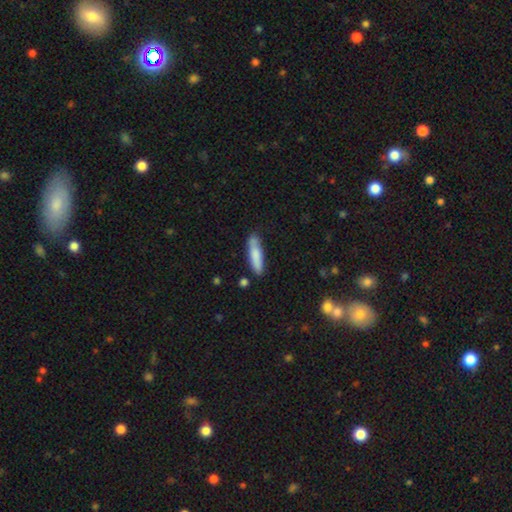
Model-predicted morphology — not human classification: Overall: smooth (80%). How rounded: cigar-shaped (71%). Merging: none (73%).